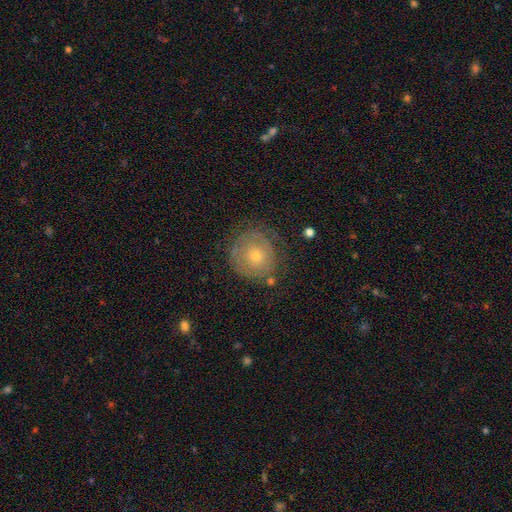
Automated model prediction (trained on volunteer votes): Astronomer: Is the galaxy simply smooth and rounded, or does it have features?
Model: featured or disk — 48% (runner-up: smooth, 42%).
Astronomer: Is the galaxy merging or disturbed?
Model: none — 74%.